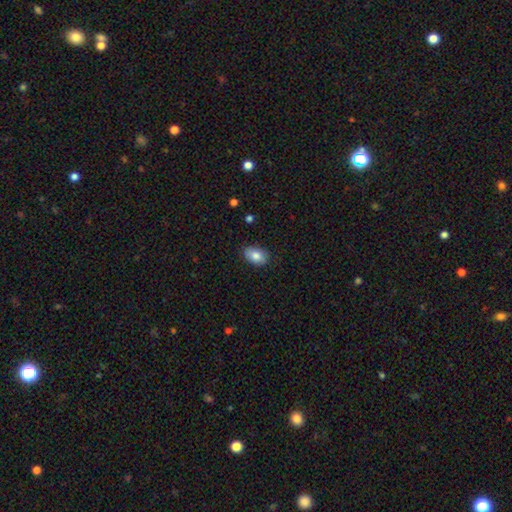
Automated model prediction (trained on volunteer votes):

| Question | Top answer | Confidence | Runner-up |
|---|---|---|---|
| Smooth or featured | smooth | 84% | featured or disk (9%) |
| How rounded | in between | 89% | round (10%) |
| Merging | none | 84% | minor disturbance (13%) |